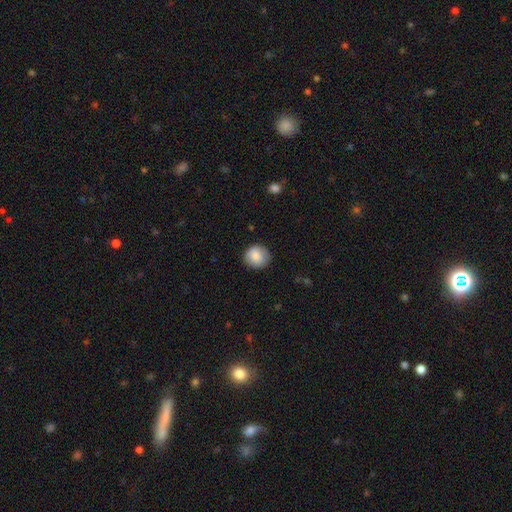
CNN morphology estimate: Q: Smooth or featured?
A: smooth (84%); runner-up: featured or disk (8%)
Q: How rounded?
A: round (89%); runner-up: in between (11%)
Q: Merging?
A: none (85%); runner-up: minor disturbance (11%)